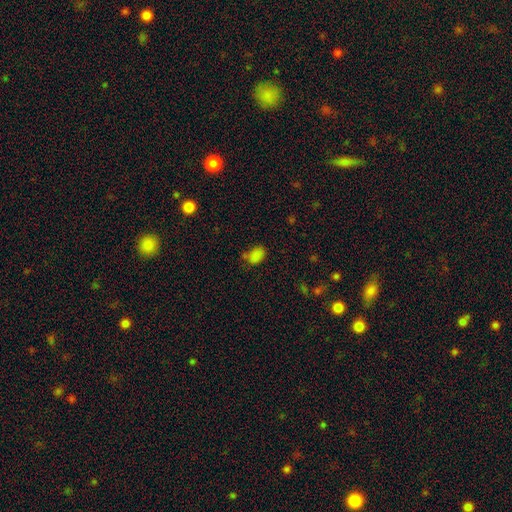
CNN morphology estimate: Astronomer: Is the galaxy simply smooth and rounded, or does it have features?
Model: smooth — 80%.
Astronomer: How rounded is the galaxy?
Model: in between — 81%.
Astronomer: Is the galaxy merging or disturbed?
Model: none — 57%.